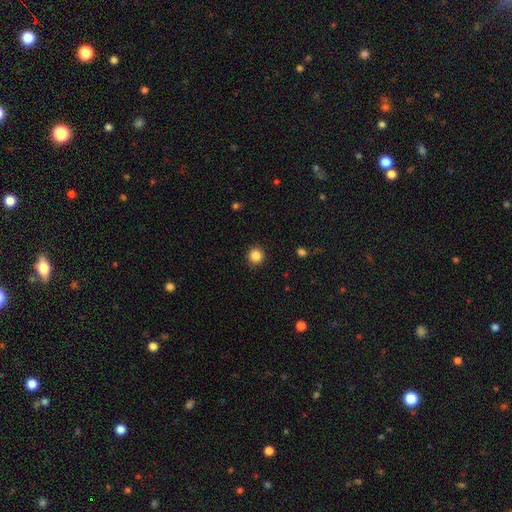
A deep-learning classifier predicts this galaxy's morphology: type=smooth (86%); roundness=round (94%); merging=none (92%).